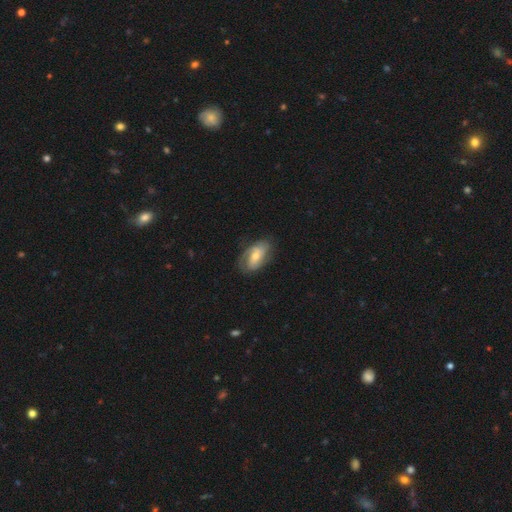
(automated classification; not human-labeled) The model was most divided on "bulge size": moderate: 53%, small: 41%, large: 4%, none: 2%, dominant: 1%. More confident: edge-on disk — no (94%); spiral arms — yes (82%); merging — none (66%); smooth or featured — featured or disk (59%); bar — no (51%).